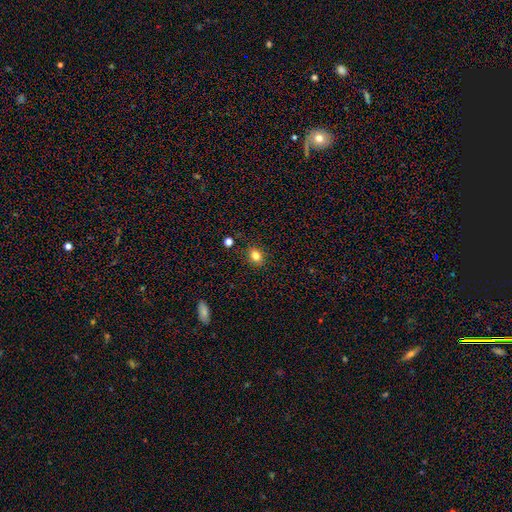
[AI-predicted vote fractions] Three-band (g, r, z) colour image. It shows a smooth galaxy with no disk features (80%) that is in between round and cigar-shaped (54%). Merging: none (87%).